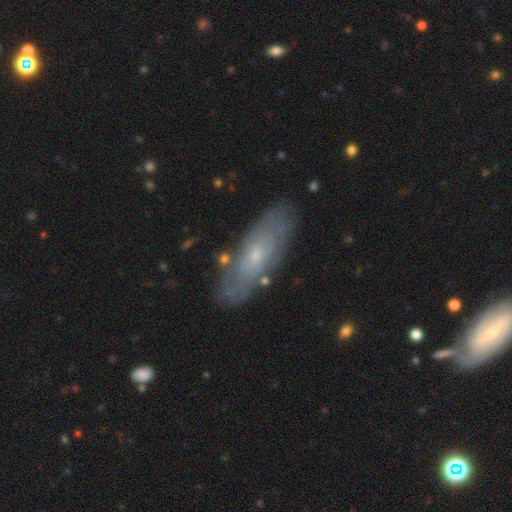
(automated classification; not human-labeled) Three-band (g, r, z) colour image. It shows a featured or disk galaxy (57%). Merging: none (80%).